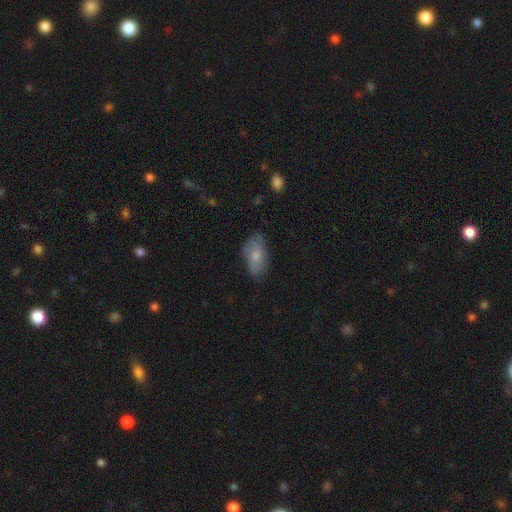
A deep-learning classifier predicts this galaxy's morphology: Smooth or featured? smooth (70%)
How rounded? in between (92%)
Merging? none (65%)